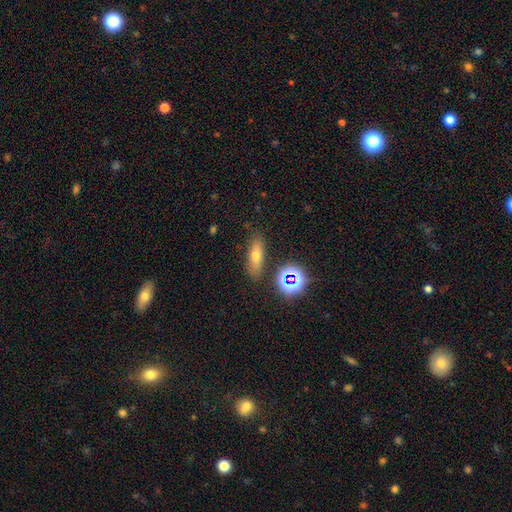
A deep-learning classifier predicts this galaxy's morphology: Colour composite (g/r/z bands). It shows a smooth galaxy with no disk features (58%) that is in between round and cigar-shaped (46%). Merging: none (84%).